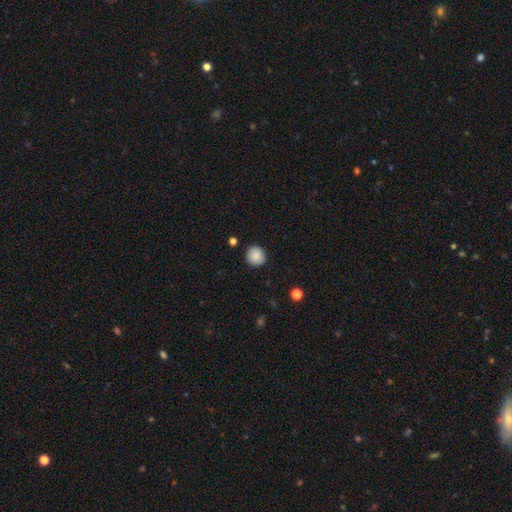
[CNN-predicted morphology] Smooth or featured? Predicted: smooth (p=0.87). How rounded? Predicted: round (p=0.92). Merging? Predicted: none (p=0.89).